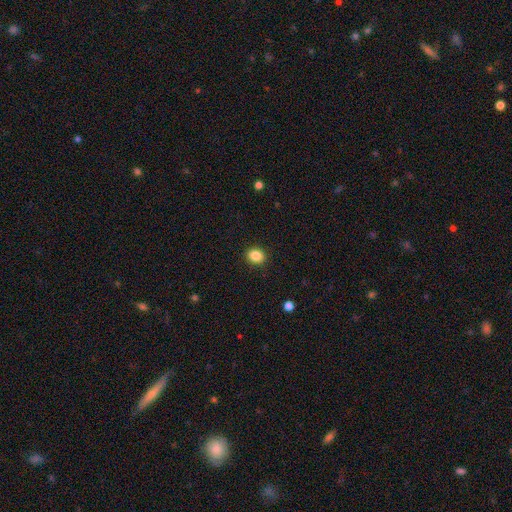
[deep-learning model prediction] This appears to be a smooth galaxy with no disk features (87%) that is round (59%). Merging: none (90%).